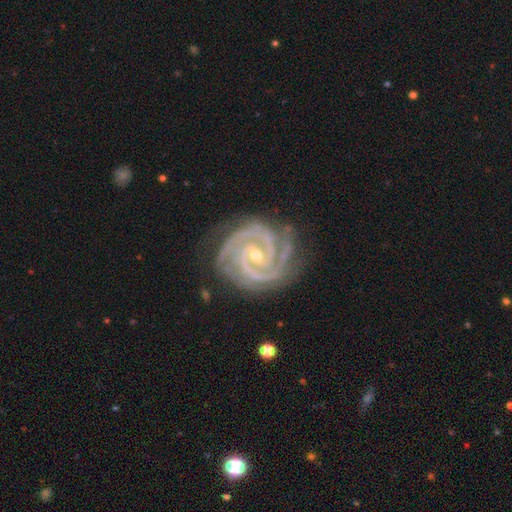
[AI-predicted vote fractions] smooth-or-featured: featured or disk: 94% | star or artifact: 4% | smooth: 2%
  disk-edge-on: no: 98% | yes: 2%
    bar: no: 42% | weak: 36% | strong: 22%
    has-spiral-arms: yes: 99% | no: 1%
      spiral-winding: tight: 79% | medium: 19% | loose: 2%
      spiral-arm-count: 2: 57% | 3: 25% | 4: 6% | can't tell: 5% | more than 4: 4% | 1: 3%
    bulge-size: small: 65% | moderate: 33% | none: 1% | large: 1% | dominant: 1%
  merging: none: 78% | minor disturbance: 16% | major disturbance: 5% | merger: 1%